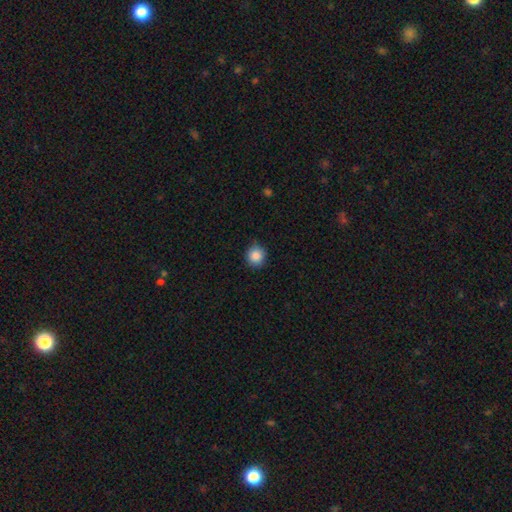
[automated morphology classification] A smooth galaxy with no disk features (87%) that is round (90%). Merging: none (81%).